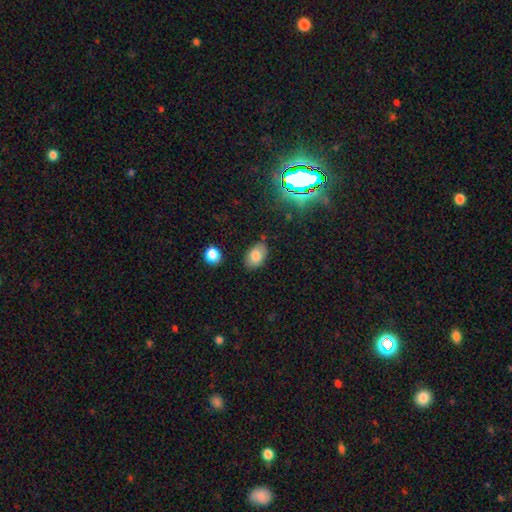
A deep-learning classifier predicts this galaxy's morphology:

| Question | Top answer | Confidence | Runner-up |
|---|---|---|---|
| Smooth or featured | smooth | 79% | featured or disk (11%) |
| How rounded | in between | 88% | round (11%) |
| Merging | none | 80% | minor disturbance (15%) |